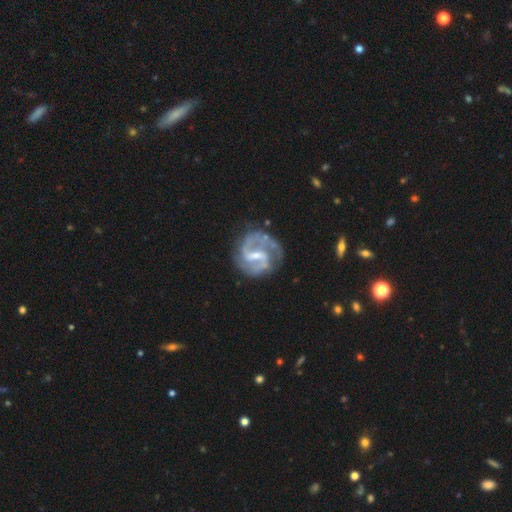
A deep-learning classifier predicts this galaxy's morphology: smooth_or_featured: featured or disk (p=0.90) [alt: smooth p=0.05]
disk_edge_on: no (p=0.98) [alt: yes p=0.02]
bar: weak (p=0.50) [alt: strong p=0.37]
has_spiral_arms: yes (p=0.97) [alt: no p=0.03]
spiral_winding: medium (p=0.55) [alt: tight p=0.28]
spiral_arm_count: 2 (p=0.82) [alt: 3 p=0.06]
bulge_size: small (p=0.55) [alt: moderate p=0.35]
merging: none (p=0.70) [alt: minor disturbance p=0.18]